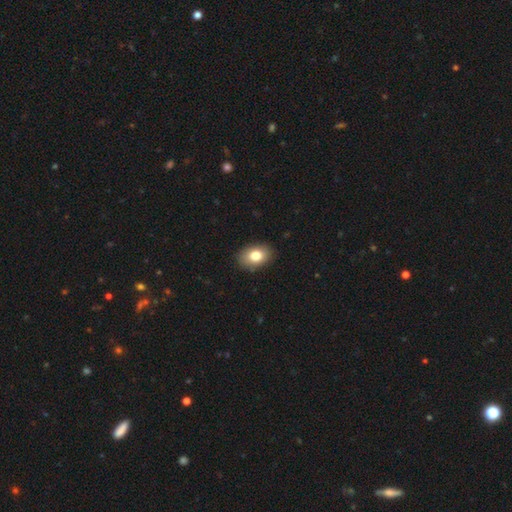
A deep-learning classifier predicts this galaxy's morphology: Overall: smooth (81%). How rounded: in between (81%). Merging: none (88%).